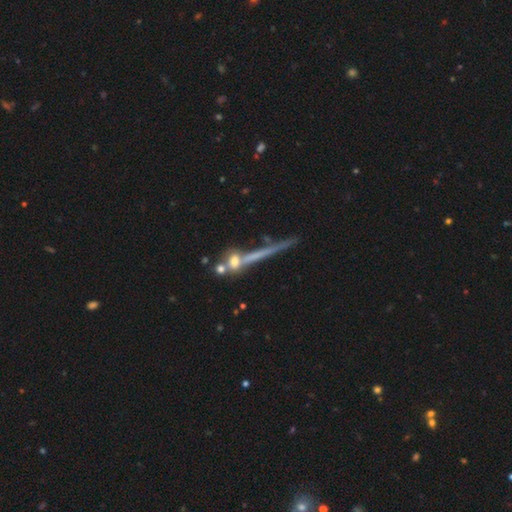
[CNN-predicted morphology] The model was most divided on "merging": none: 52%, merger: 23%, minor disturbance: 13%, major disturbance: 11%. More confident: edge-on disk — yes (81%); smooth or featured — featured or disk (56%).